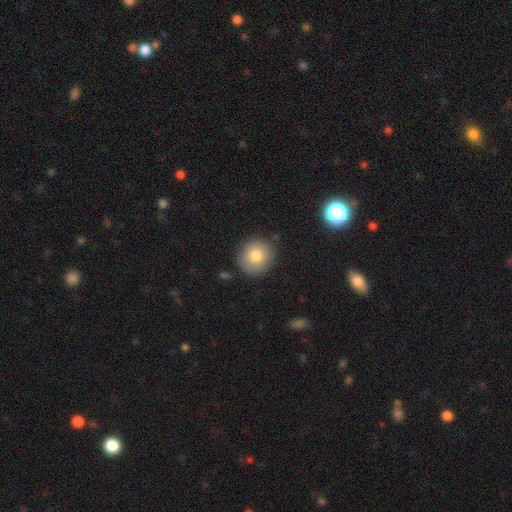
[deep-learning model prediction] Q: Smooth or featured?
A: smooth (80%); runner-up: featured or disk (11%)
Q: How rounded?
A: round (89%); runner-up: in between (10%)
Q: Merging?
A: none (88%); runner-up: minor disturbance (8%)